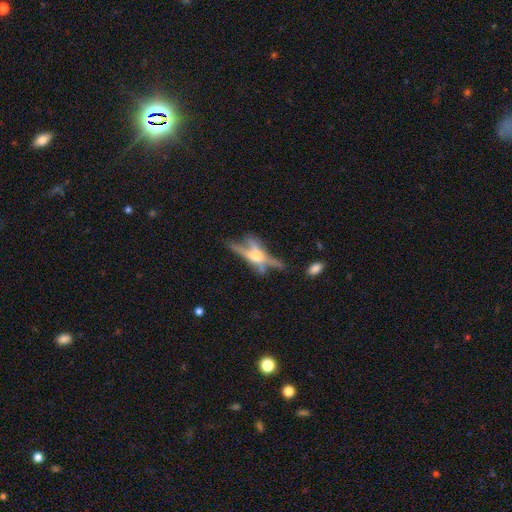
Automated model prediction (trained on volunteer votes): A featured or disk galaxy (71%) viewed edge-on (82%) with a rounded central bulge (88%). Merging: none (54%).